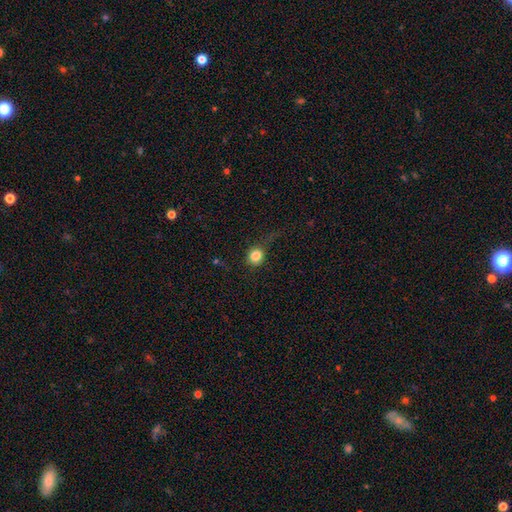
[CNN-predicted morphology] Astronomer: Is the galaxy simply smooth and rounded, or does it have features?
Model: smooth — 82%.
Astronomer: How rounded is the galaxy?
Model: round — 83%.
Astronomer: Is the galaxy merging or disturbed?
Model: none — 62%.